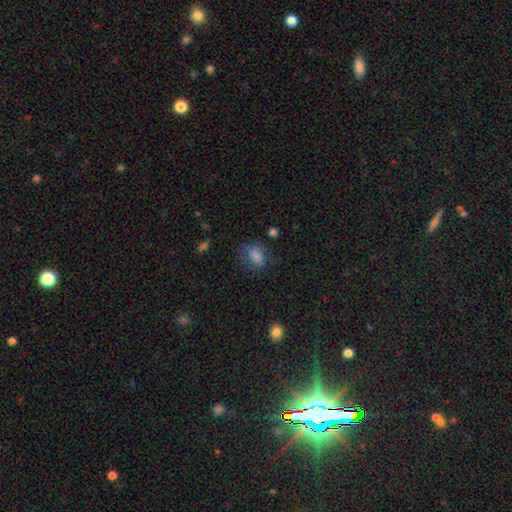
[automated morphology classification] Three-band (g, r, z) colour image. It shows a smooth galaxy with no disk features (78%) that is in between round and cigar-shaped (74%). Merging: none (60%).